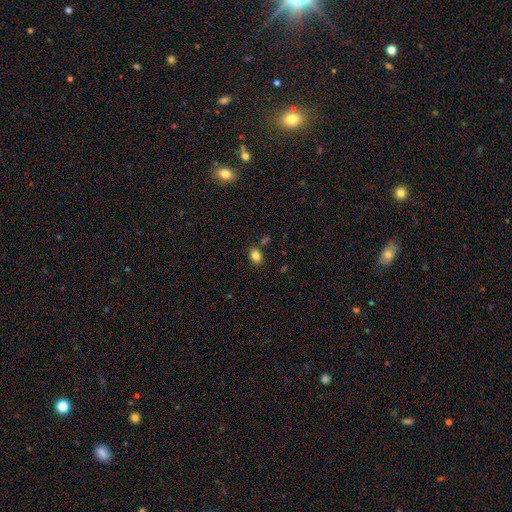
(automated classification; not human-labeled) Q: Smooth or featured?
A: smooth (83%); runner-up: star or artifact (11%)
Q: How rounded?
A: in between (61%); runner-up: round (38%)
Q: Merging?
A: none (82%); runner-up: minor disturbance (10%)